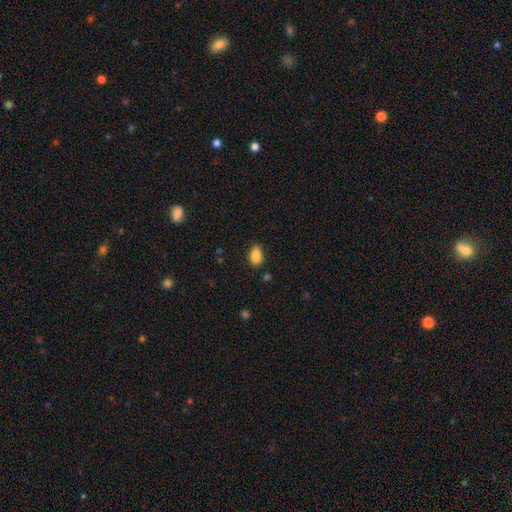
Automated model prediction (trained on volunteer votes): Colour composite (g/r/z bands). It shows a smooth galaxy with no disk features (88%) that is in between round and cigar-shaped (89%). Merging: none (81%).